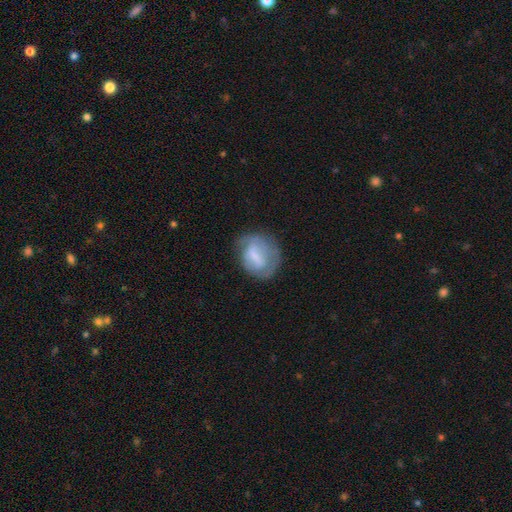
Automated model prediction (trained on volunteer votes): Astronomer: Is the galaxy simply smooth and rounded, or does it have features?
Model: featured or disk — 47% (runner-up: smooth, 46%).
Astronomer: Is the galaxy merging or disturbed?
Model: none — 55%.